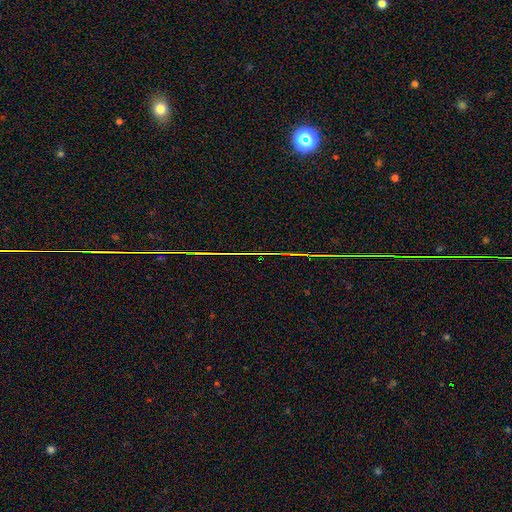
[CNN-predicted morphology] This appears to be a star or artifact, not a galaxy (82%).